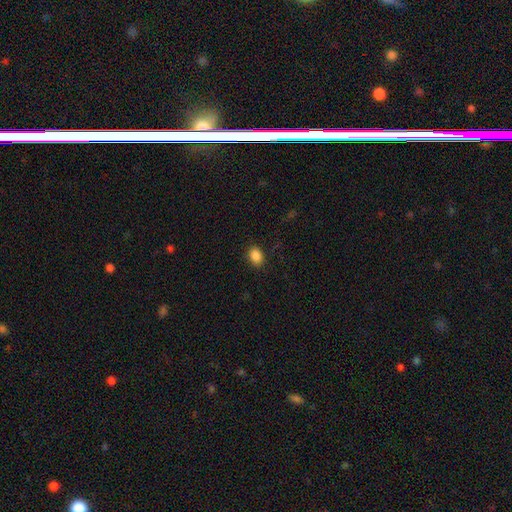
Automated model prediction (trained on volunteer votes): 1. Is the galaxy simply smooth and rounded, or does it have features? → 87% smooth, 9% star or artifact, 3% featured or disk.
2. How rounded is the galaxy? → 75% in between, 24% round, 1% cigar-shaped.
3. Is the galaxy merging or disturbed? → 87% none, 9% minor disturbance, 2% major disturbance, 1% merger.